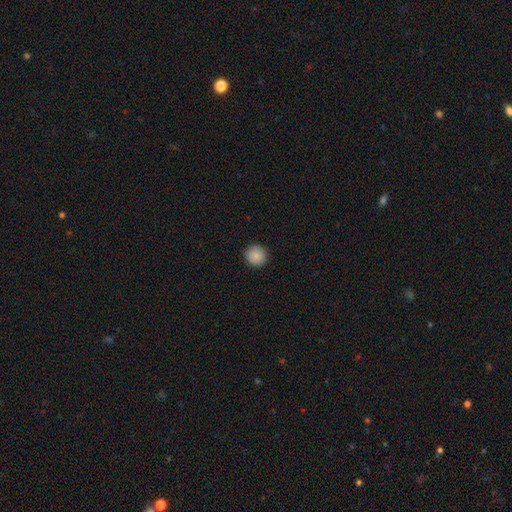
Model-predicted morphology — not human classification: The model was most divided on "smooth or featured": smooth: 88%, star or artifact: 9%, featured or disk: 3%. More confident: how rounded — round (95%); merging — none (93%).